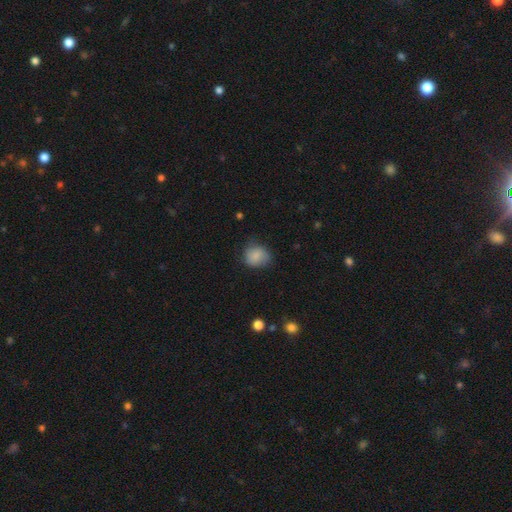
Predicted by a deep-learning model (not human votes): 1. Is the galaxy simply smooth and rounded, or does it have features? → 84% smooth, 8% star or artifact, 8% featured or disk.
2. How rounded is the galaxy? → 72% round, 27% in between, 1% cigar-shaped.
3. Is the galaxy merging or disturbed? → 68% none, 25% minor disturbance, 6% major disturbance, 1% merger.